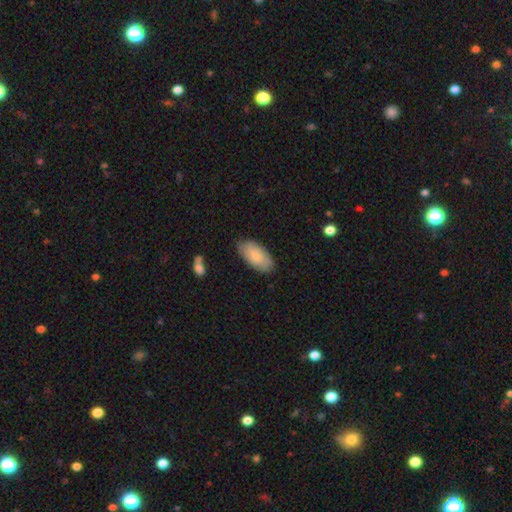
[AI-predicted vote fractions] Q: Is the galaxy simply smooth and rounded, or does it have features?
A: smooth — 80%.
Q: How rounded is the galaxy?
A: in between — 94%.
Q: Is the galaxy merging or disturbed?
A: none — 82%.